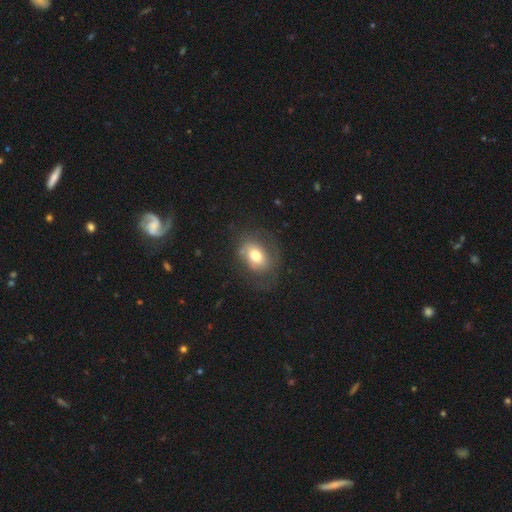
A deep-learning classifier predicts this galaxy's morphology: Overall: smooth (65%). How rounded: in between (67%; round 32%). Merging: none (61%; minor disturbance 22%).